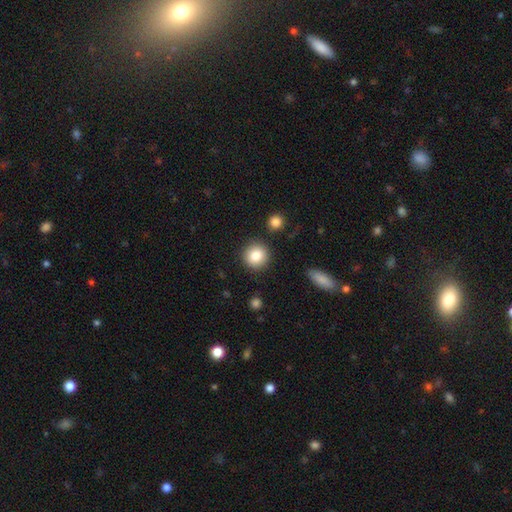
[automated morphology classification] This appears to be a smooth galaxy with no disk features (84%) that is round (92%). Merging: none (88%).